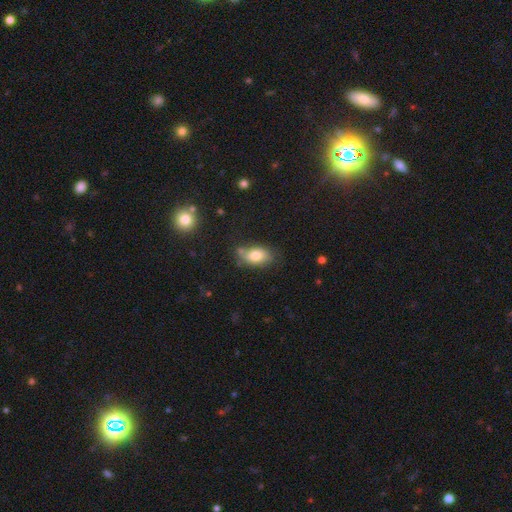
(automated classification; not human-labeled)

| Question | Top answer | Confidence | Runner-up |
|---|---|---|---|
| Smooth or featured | smooth | 79% | featured or disk (13%) |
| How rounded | in between | 88% | round (10%) |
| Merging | none | 66% | minor disturbance (21%) |